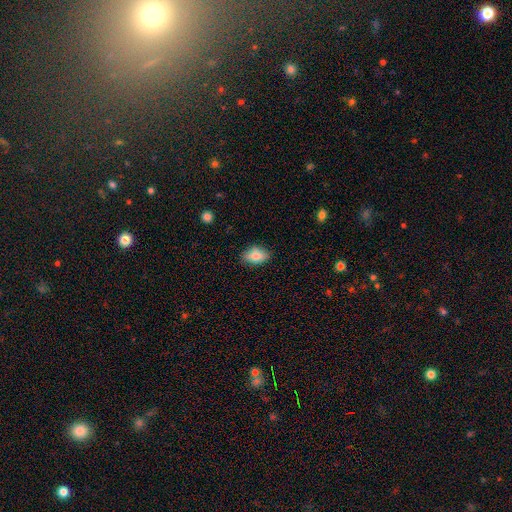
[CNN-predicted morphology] A smooth galaxy with no disk features (82%) that is in between round and cigar-shaped (87%). Merging: none (80%).